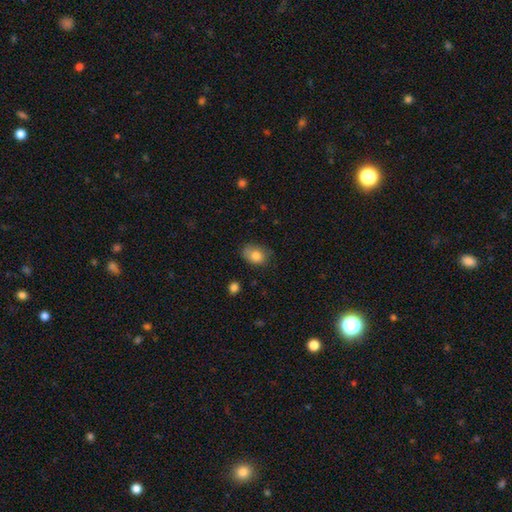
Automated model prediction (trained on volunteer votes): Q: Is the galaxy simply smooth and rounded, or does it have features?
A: smooth — 82%.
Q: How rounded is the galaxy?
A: in between — 70%.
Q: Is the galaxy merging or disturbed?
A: none — 62%.